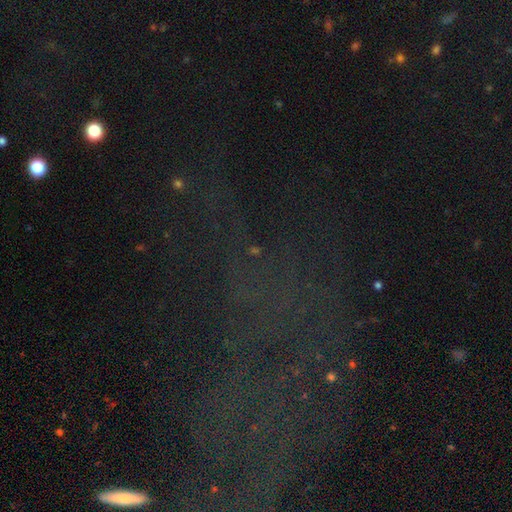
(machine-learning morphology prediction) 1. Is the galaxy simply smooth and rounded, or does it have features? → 63% star or artifact, 20% featured or disk, 17% smooth.